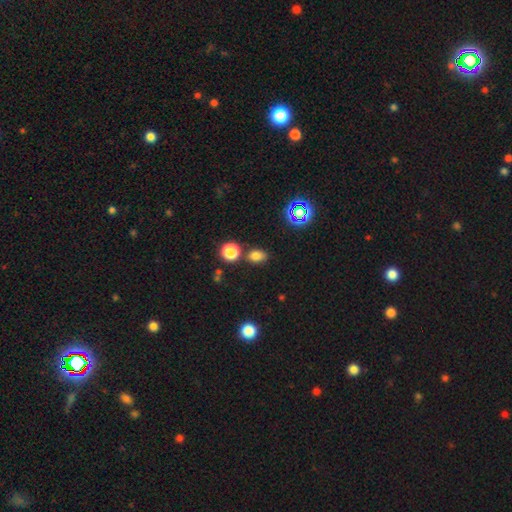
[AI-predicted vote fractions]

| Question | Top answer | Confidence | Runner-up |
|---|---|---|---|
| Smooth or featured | smooth | 73% | star or artifact (20%) |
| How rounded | in between | 67% | round (31%) |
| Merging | none | 74% | minor disturbance (12%) |